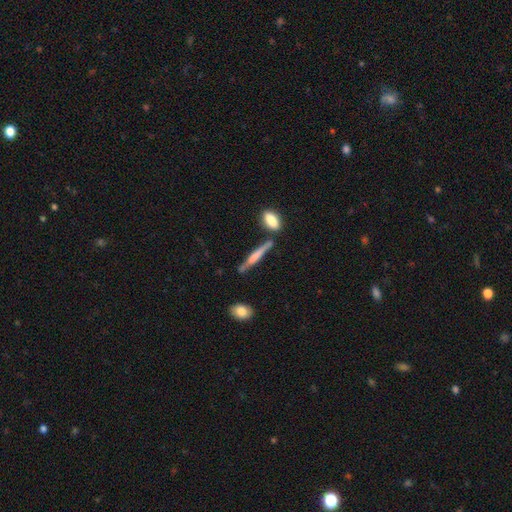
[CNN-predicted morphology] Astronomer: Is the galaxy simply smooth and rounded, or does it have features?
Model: smooth — 54% (runner-up: featured or disk, 39%).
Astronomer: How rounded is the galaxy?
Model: cigar-shaped — 90%.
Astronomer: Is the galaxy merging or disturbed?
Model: none — 68%.